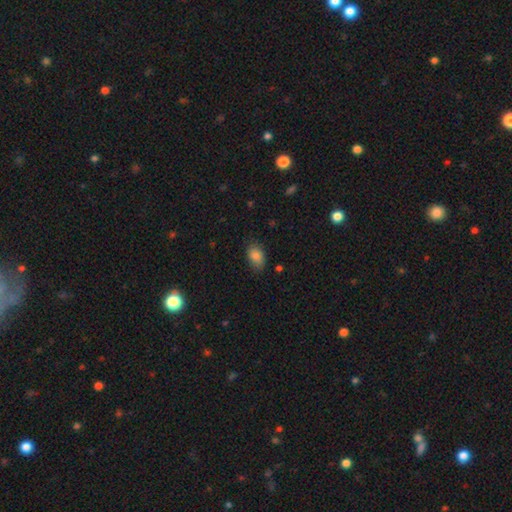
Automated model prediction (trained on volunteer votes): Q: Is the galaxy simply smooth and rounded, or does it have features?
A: smooth — 85%.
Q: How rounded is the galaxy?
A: in between — 87%.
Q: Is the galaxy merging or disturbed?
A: none — 75%.